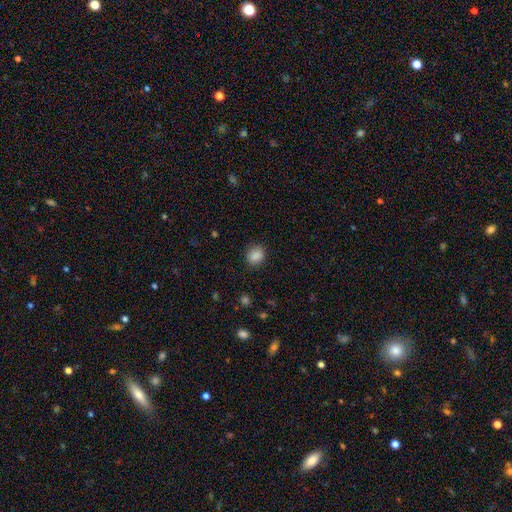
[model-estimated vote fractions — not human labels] smooth_or_featured: smooth (p=0.87) [alt: star or artifact p=0.10]
how_rounded: round (p=0.63) [alt: in between p=0.36]
merging: none (p=0.85) [alt: minor disturbance p=0.11]